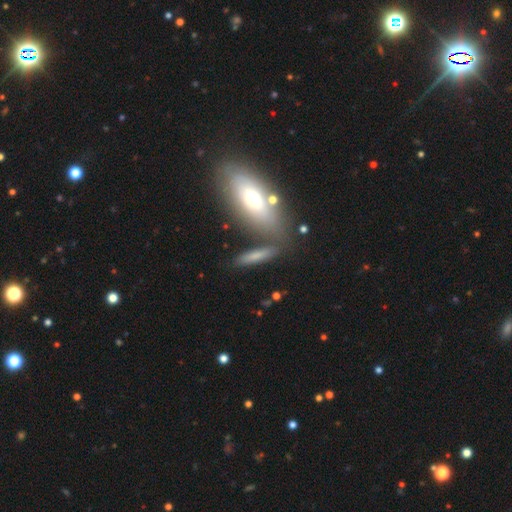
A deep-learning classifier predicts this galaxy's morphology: smooth_or_featured: smooth (p=0.69) [alt: featured or disk p=0.22]
how_rounded: cigar-shaped (p=0.71) [alt: in between p=0.26]
merging: none (p=0.68) [alt: minor disturbance p=0.13]